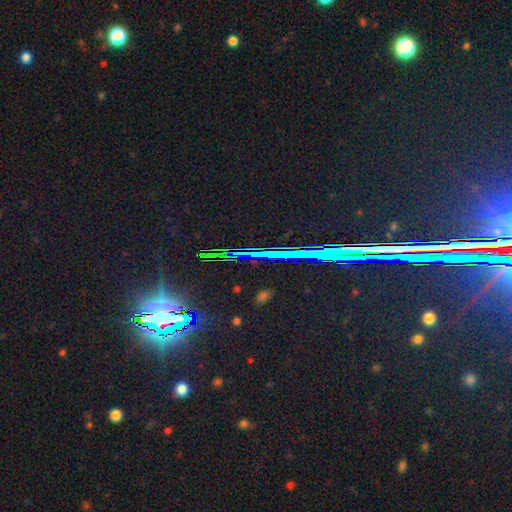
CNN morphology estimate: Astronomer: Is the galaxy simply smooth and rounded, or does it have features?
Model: star or artifact — 77%.